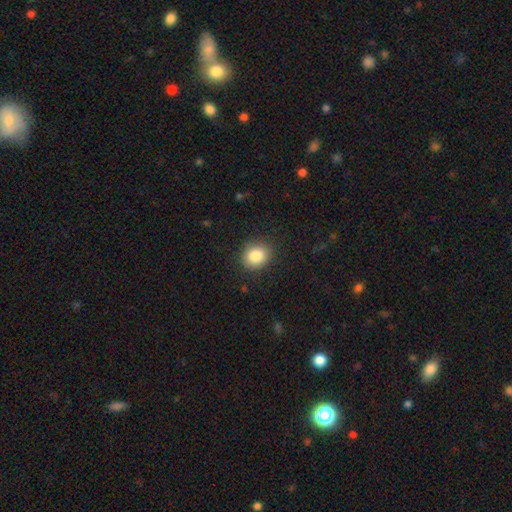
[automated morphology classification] smooth-or-featured: smooth: 84% | star or artifact: 10% | featured or disk: 6%
  how-rounded: round: 71% | in between: 28% | cigar-shaped: 1%
  merging: none: 88% | minor disturbance: 8% | major disturbance: 2% | merger: 1%